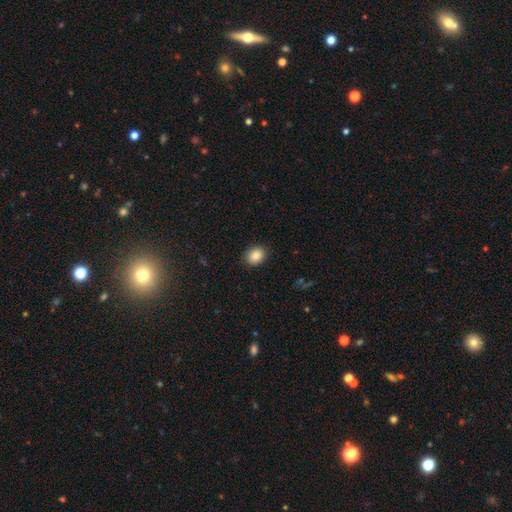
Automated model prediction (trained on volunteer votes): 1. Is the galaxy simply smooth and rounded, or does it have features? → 87% smooth, 9% star or artifact, 5% featured or disk.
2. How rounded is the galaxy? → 58% in between, 41% round, 1% cigar-shaped.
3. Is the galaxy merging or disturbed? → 89% none, 8% minor disturbance, 2% major disturbance, 1% merger.